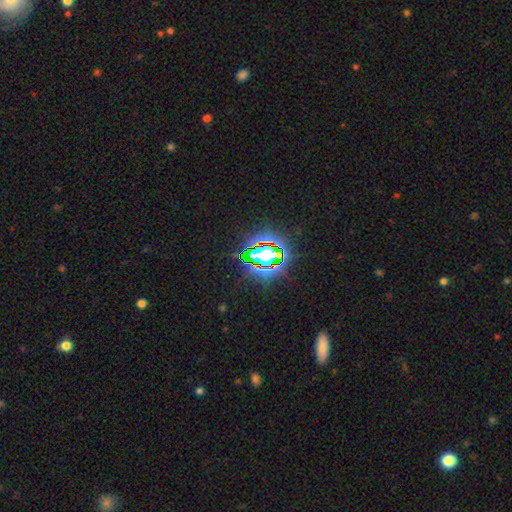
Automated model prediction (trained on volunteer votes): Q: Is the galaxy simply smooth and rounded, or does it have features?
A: star or artifact — 79%.